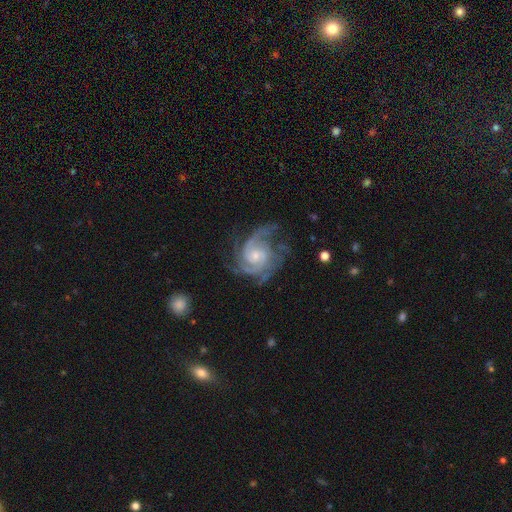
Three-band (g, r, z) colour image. It shows a featured or disk galaxy (97%) with no bar (64%), more than 4 (34%) tight (69%) spiral arms (97%) and a small central bulge (58%). Merging: none (59%).